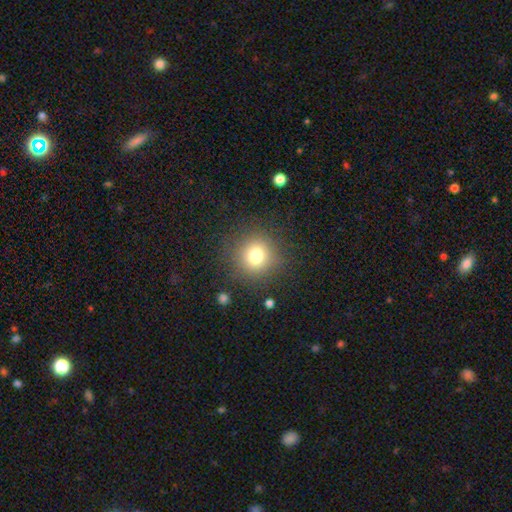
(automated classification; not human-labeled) The model was most divided on "smooth or featured": smooth: 76%, star or artifact: 14%, featured or disk: 10%. More confident: how rounded — round (93%); merging — none (87%).